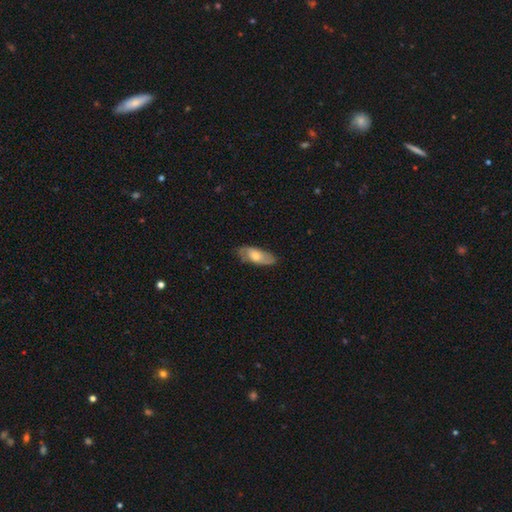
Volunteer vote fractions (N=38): Volunteers were most divided on "smooth or featured": smooth: 58%, featured or disk: 39%, star or artifact: 3%. More confident: how rounded — in between (82%); merging — none (70%).